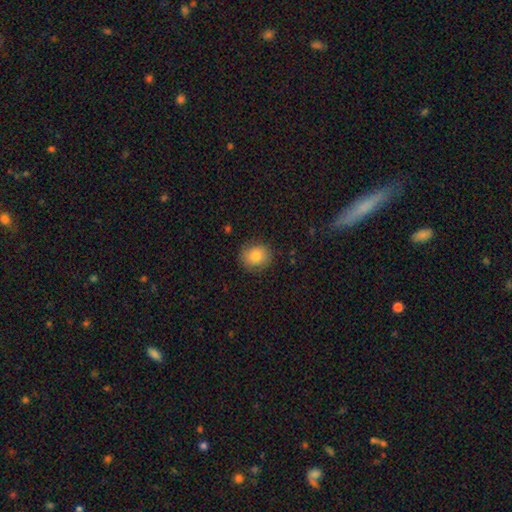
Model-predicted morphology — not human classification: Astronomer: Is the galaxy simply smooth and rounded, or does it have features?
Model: smooth — 81%.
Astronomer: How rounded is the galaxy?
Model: round — 77%.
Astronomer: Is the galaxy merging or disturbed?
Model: none — 83%.